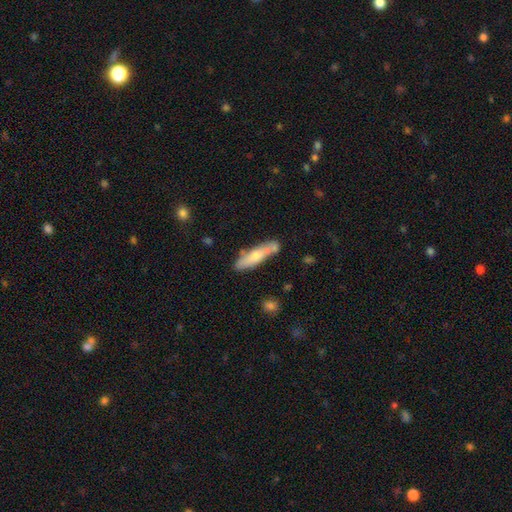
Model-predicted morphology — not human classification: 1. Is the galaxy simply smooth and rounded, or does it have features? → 53% smooth, 41% featured or disk, 6% star or artifact.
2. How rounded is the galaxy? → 77% cigar-shaped, 21% in between, 2% round.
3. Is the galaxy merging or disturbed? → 68% none, 18% minor disturbance, 10% merger, 4% major disturbance.